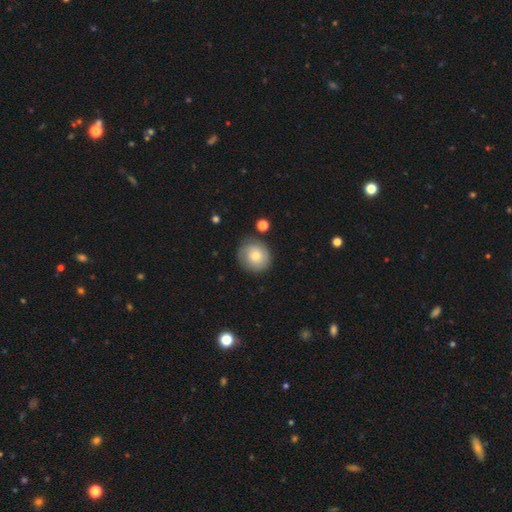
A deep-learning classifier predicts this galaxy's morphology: A smooth galaxy with no disk features (64%) that is round (85%).

Vote fractions:
- Smooth or featured? smooth: 64% / featured or disk: 28% / star or artifact: 8%
- How rounded? round: 85% / in between: 14% / cigar-shaped: 1%
- Merging? none: 78% / minor disturbance: 16% / major disturbance: 4% / merger: 3%